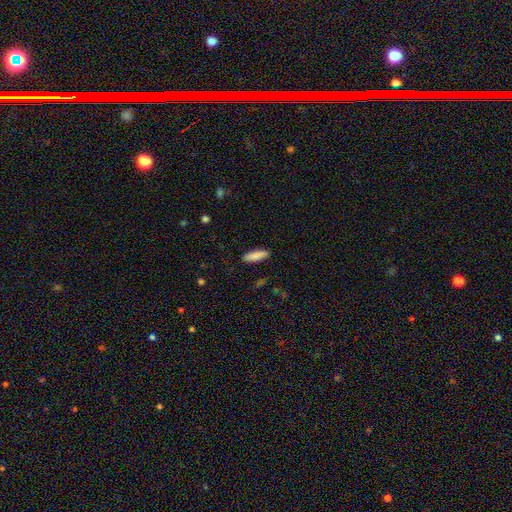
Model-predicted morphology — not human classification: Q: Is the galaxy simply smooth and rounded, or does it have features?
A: smooth — 85%.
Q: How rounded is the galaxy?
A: cigar-shaped — 62%.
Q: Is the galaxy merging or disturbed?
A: none — 89%.